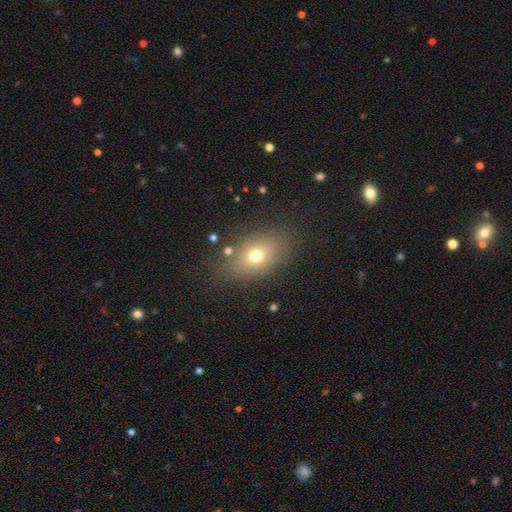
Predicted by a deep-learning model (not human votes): Smooth or featured: smooth — 69% (featured or disk — 16%)
How rounded: in between — 75% (round — 21%)
Merging: none — 80% (minor disturbance — 12%)